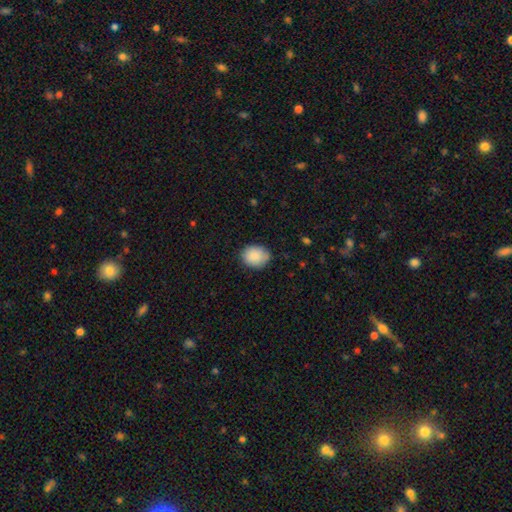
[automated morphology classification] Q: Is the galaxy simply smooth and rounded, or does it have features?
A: smooth — 88%.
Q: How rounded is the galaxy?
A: round — 59%.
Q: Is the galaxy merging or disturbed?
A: none — 80%.